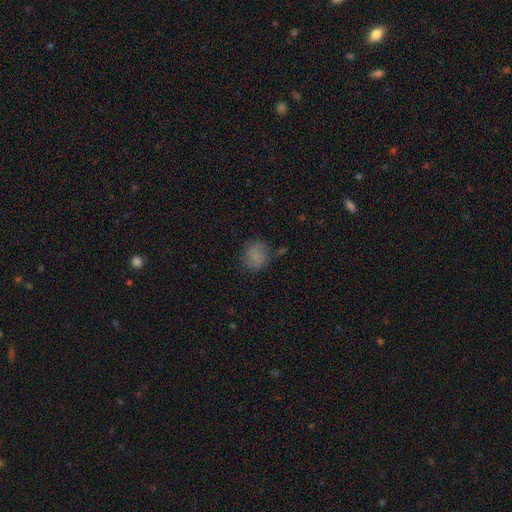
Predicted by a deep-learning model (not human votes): smooth-or-featured: smooth: 71% | featured or disk: 17% | star or artifact: 12%
  how-rounded: round: 76% | in between: 23% | cigar-shaped: 1%
  merging: none: 68% | minor disturbance: 20% | major disturbance: 7% | merger: 4%